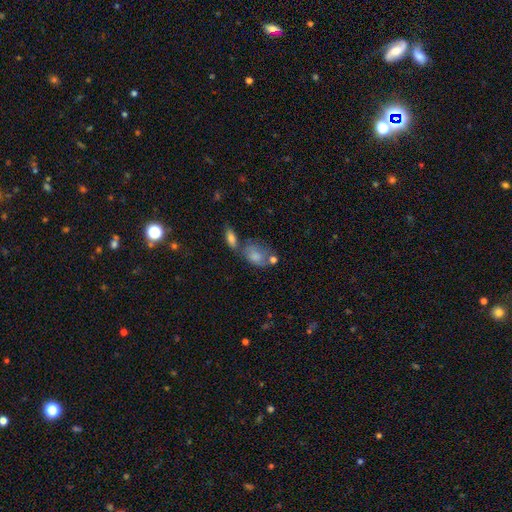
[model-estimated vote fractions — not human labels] A smooth galaxy with no disk features (73%) that is in between round and cigar-shaped (78%). Merging: none (36%).